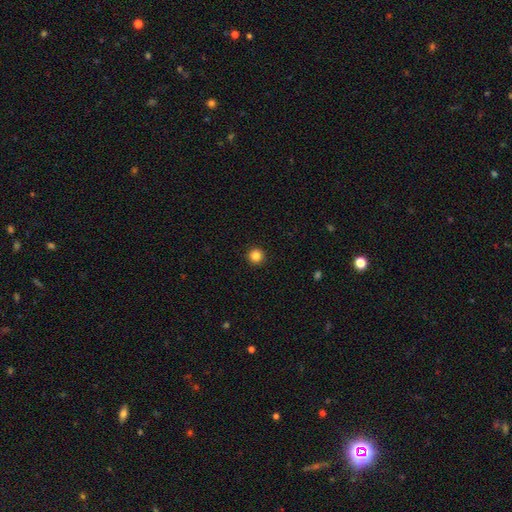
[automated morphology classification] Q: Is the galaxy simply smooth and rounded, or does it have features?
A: smooth — 85%.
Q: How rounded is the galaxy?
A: round — 96%.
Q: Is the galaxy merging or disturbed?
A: none — 93%.